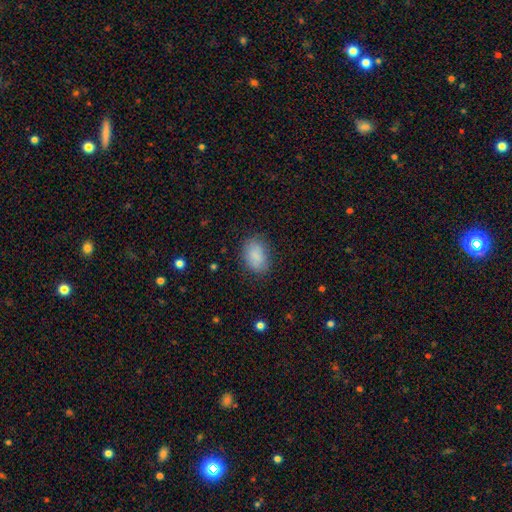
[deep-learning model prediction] Q: Smooth or featured?
A: smooth (87%); runner-up: star or artifact (7%)
Q: How rounded?
A: in between (85%); runner-up: round (14%)
Q: Merging?
A: none (80%); runner-up: minor disturbance (15%)